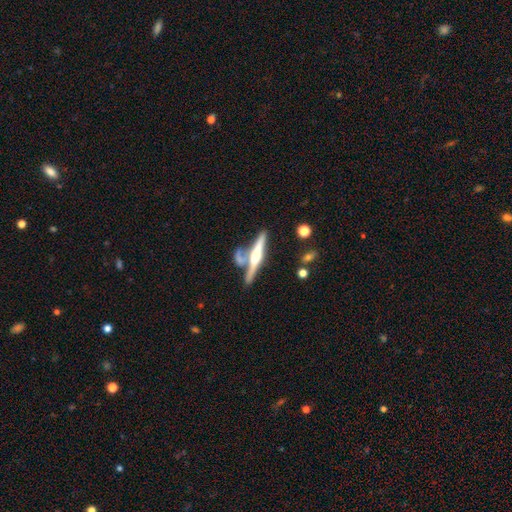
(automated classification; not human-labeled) This is likely a featured or disk galaxy (71%). It is clearly viewed edge-on (95%). Edge-on bulge: clearly rounded (82%). Merging: possibly none (50%).